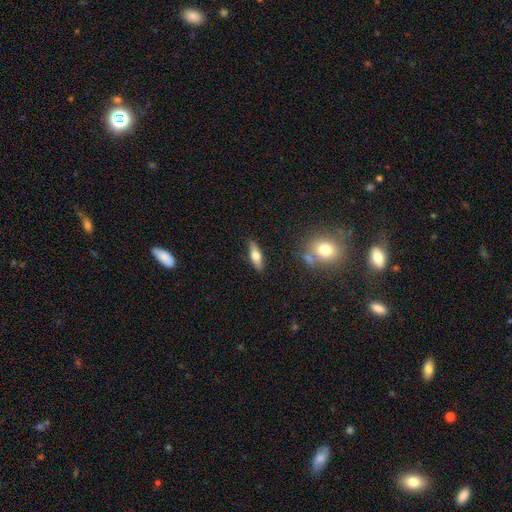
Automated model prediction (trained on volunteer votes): This is possibly a smooth galaxy (55%). How rounded: possibly cigar-shaped (49%). Merging: clearly none (86%).